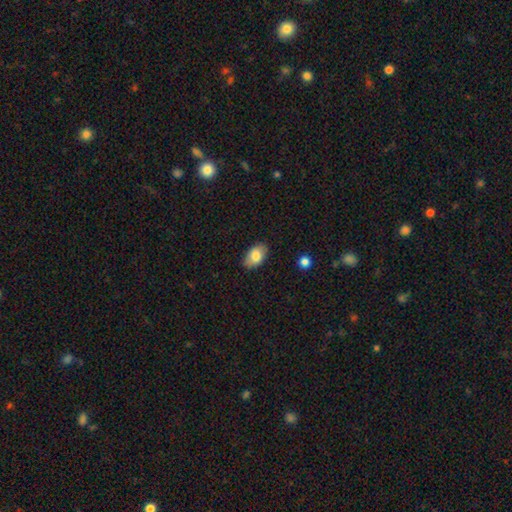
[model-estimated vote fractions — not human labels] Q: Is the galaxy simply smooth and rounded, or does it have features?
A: smooth — 81%.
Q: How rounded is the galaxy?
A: in between — 92%.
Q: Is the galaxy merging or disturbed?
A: none — 84%.